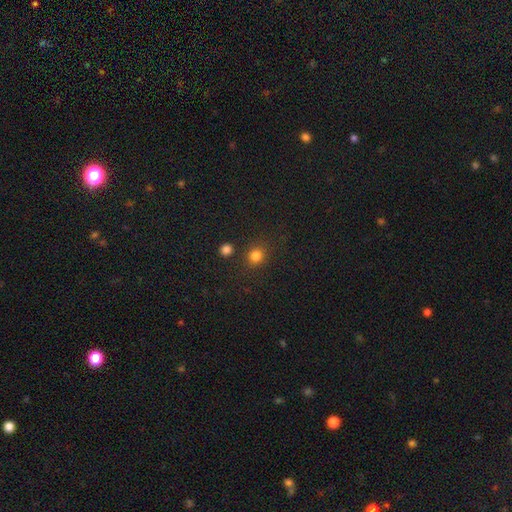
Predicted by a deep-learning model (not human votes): A smooth galaxy with no disk features (81%) that is round (84%). Merging: none (81%).